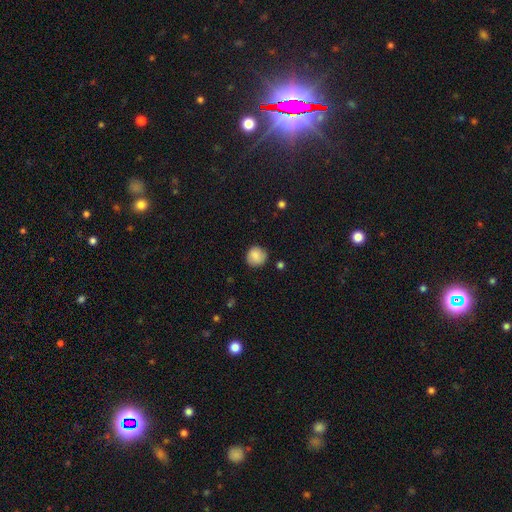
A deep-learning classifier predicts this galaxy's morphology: Q: Smooth or featured?
A: smooth (84%); runner-up: star or artifact (8%)
Q: How rounded?
A: round (91%); runner-up: in between (8%)
Q: Merging?
A: none (84%); runner-up: minor disturbance (12%)